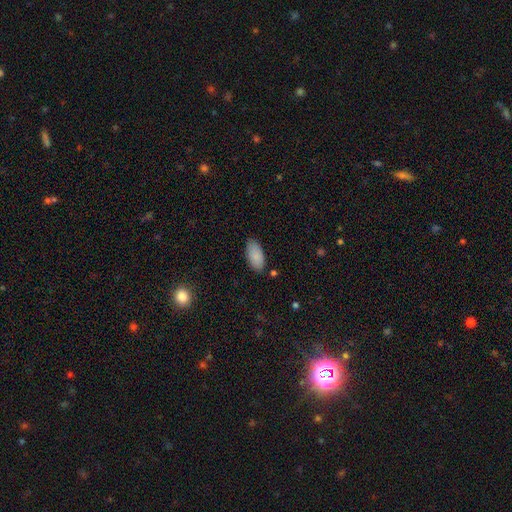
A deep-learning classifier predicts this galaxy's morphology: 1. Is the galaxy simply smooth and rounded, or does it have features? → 88% smooth, 7% star or artifact, 6% featured or disk.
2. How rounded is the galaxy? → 94% in between, 4% cigar-shaped, 2% round.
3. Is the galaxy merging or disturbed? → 83% none, 12% minor disturbance, 2% major disturbance, 2% merger.